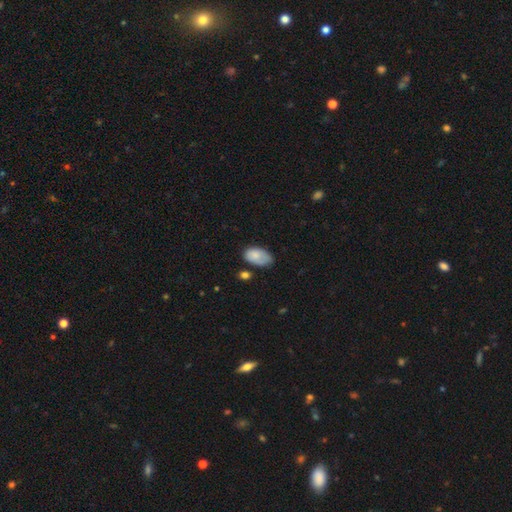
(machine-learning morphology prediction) The model was most divided on "merging": none: 52%, minor disturbance: 33%, major disturbance: 9%, merger: 6%. More confident: how rounded — in between (94%); smooth or featured — smooth (81%).